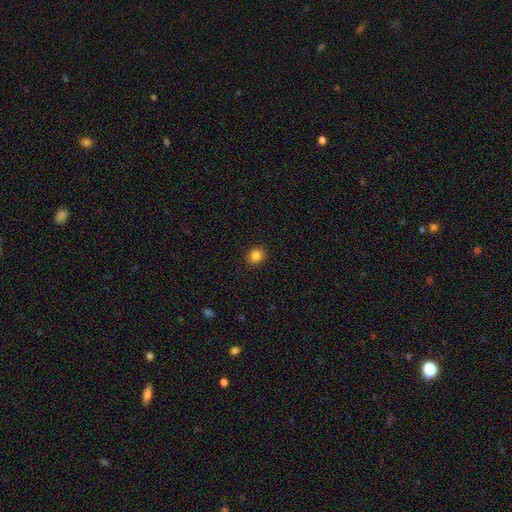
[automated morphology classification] type=smooth (85%); roundness=round (75%); merging=none (90%).